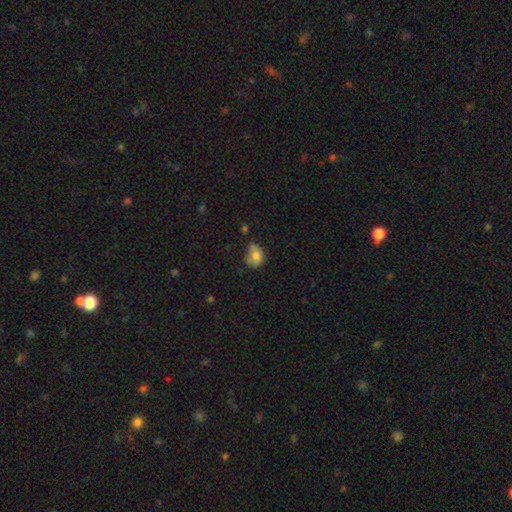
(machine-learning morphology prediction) smooth 76%, featured or disk 14%, star or artifact 10%. Down the decision tree: how rounded — round (53%); merging — minor disturbance (37%).